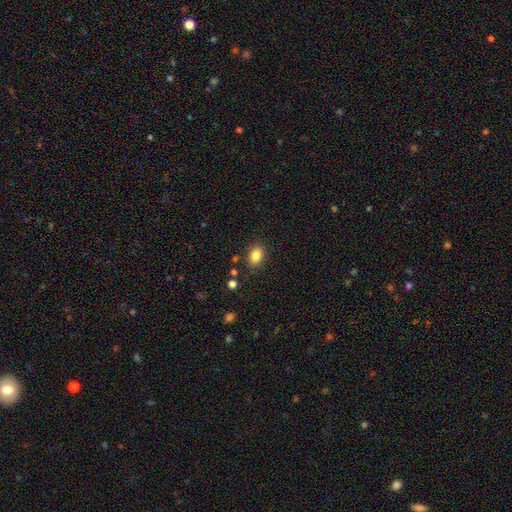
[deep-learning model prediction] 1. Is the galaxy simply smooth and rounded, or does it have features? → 84% smooth, 9% star or artifact, 7% featured or disk.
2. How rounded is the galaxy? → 79% in between, 20% round, 1% cigar-shaped.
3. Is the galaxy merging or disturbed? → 84% none, 11% minor disturbance, 3% major disturbance, 3% merger.